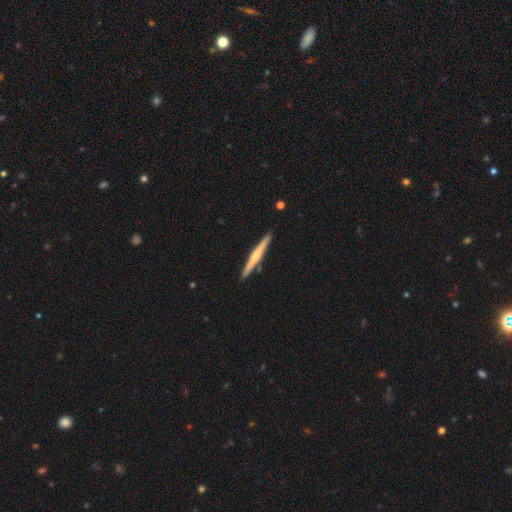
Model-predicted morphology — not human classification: Smooth or featured? Predicted: featured or disk (p=0.59). Edge-on disk? Predicted: yes (p=0.98). Edge-on bulge? Predicted: rounded (p=0.60). Merging? Predicted: none (p=0.91).